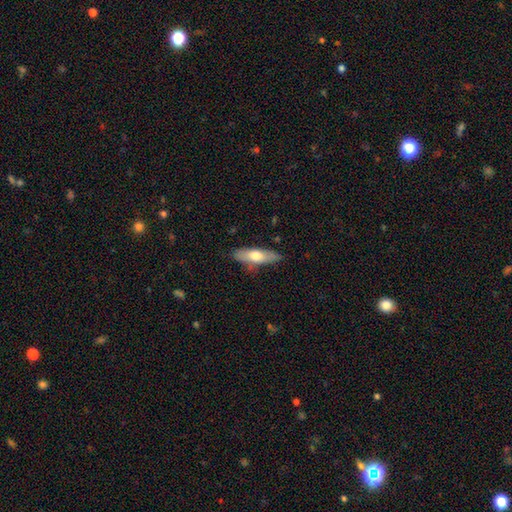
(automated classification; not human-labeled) This appears to be a smooth galaxy with no disk features (62%) that is in between round and cigar-shaped (49%). Merging: none (79%).